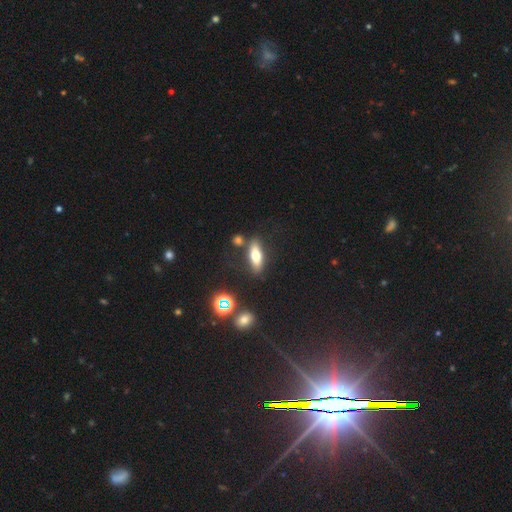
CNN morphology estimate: This is possibly a smooth galaxy (59%). How rounded: possibly in between (55%). Merging: likely none (76%).